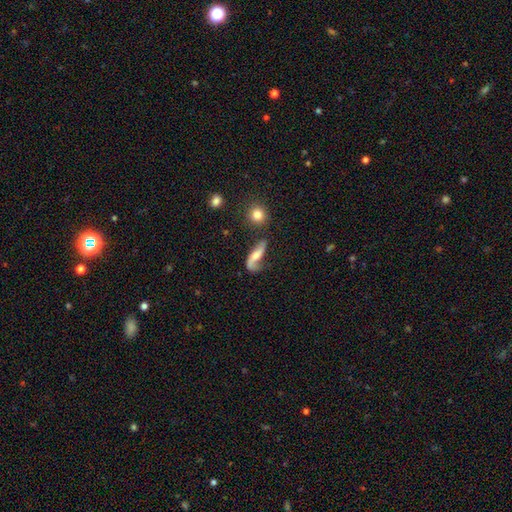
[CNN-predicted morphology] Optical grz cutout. It shows a featured or disk galaxy (63%) with no bar (49%), spiral arms (86%) and a moderate central bulge (48%). Merging: none (47%).